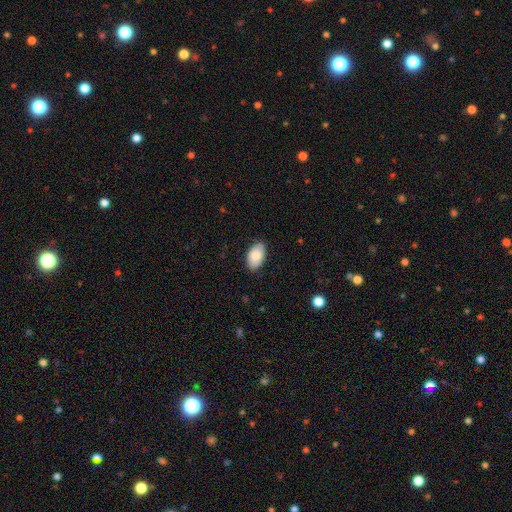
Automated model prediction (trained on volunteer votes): Q: Smooth or featured?
A: smooth (83%); runner-up: featured or disk (10%)
Q: How rounded?
A: in between (94%); runner-up: round (5%)
Q: Merging?
A: none (84%); runner-up: minor disturbance (13%)